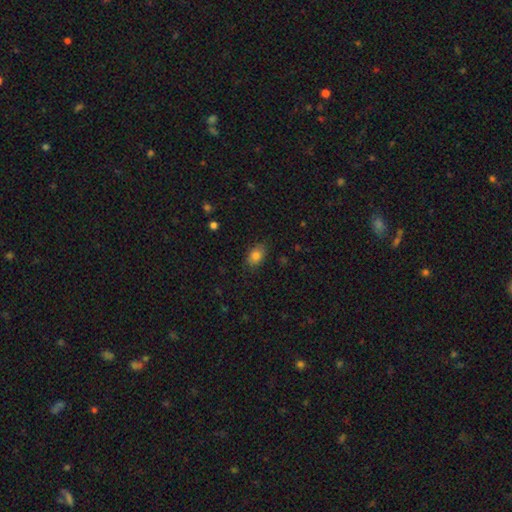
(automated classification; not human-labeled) Morphology: type=smooth (82%); roundness=in between (83%); merging=none (82%).